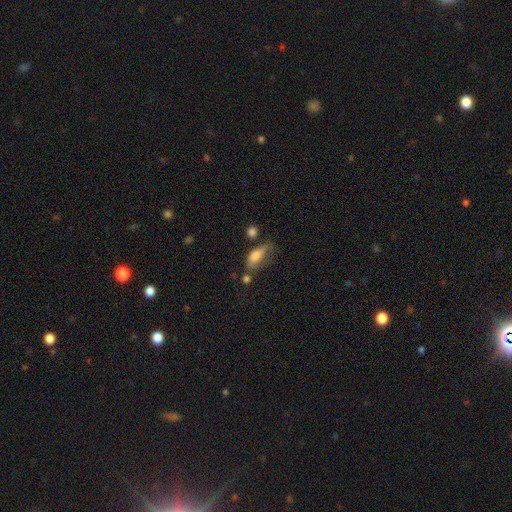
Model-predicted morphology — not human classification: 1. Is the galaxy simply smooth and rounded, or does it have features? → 77% smooth, 14% featured or disk, 9% star or artifact.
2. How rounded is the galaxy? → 81% in between, 15% cigar-shaped, 4% round.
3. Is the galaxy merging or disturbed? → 30% minor disturbance (tied), 30% none (tied), 27% major disturbance, 13% merger.